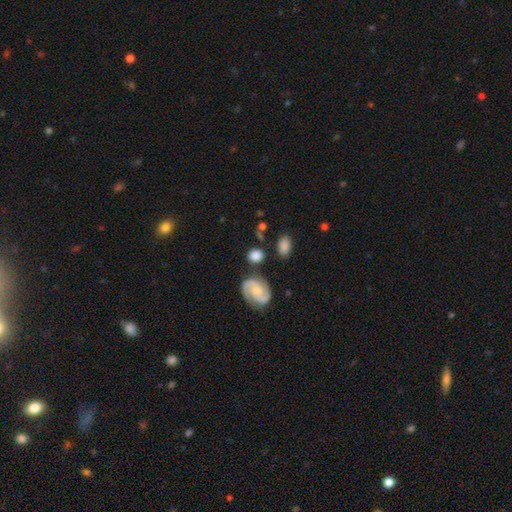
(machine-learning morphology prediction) smooth_or_featured: smooth (p=0.59) [alt: featured or disk p=0.32]
how_rounded: round (p=0.63) [alt: in between p=0.35]
merging: none (p=0.70) [alt: minor disturbance p=0.14]